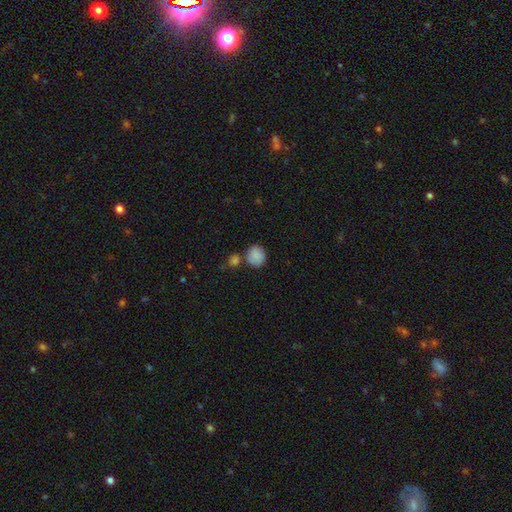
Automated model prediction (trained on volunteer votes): Smooth or featured: smooth — 87% (star or artifact — 8%)
How rounded: round — 82% (in between — 17%)
Merging: none — 66% (merger — 16%)